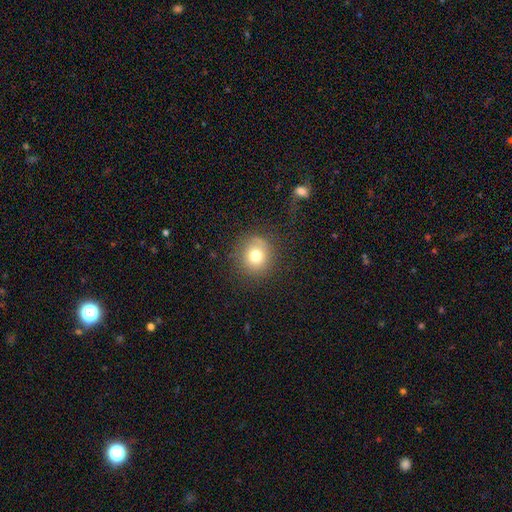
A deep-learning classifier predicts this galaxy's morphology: Q: Smooth or featured?
A: smooth (75%); runner-up: featured or disk (13%)
Q: How rounded?
A: round (88%); runner-up: in between (11%)
Q: Merging?
A: none (80%); runner-up: minor disturbance (13%)